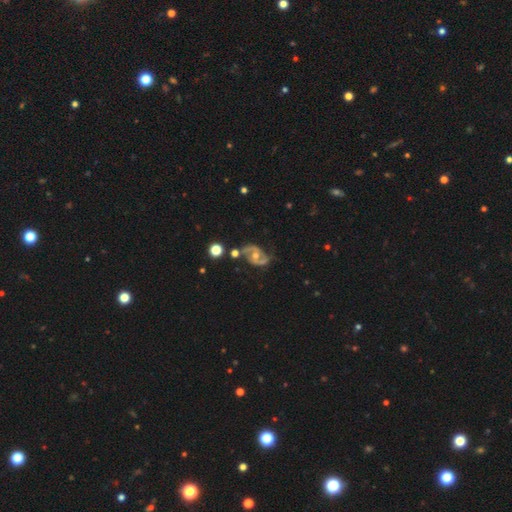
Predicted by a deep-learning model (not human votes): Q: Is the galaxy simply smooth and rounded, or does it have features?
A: featured or disk — 86%.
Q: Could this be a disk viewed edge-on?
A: no — 97%.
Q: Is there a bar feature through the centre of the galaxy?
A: no — 54%.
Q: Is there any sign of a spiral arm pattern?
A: yes — 91%.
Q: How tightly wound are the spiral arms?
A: medium — 51%.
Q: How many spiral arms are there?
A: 2 — 90%.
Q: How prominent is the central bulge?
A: moderate — 70%.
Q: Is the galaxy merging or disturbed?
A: none — 65%.